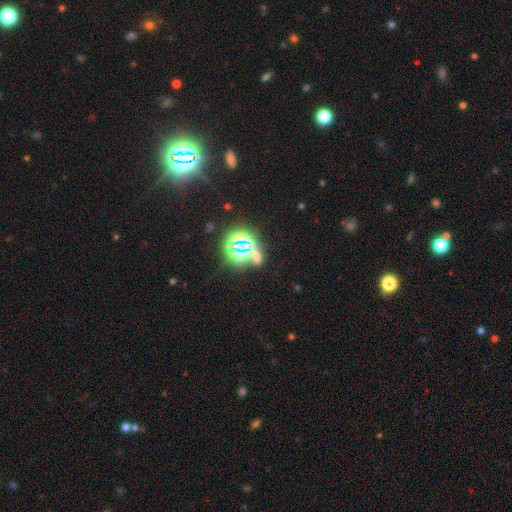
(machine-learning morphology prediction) smooth-or-featured: star or artifact: 64% | smooth: 27% | featured or disk: 9%